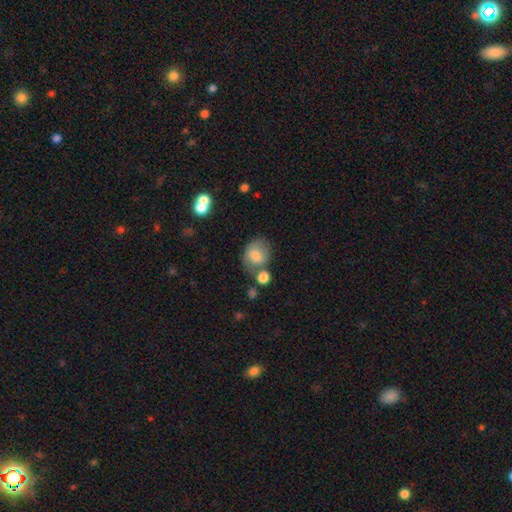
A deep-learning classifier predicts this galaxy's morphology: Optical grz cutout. It shows a smooth galaxy with no disk features (72%) that is round (54%). Merging: none (49%).